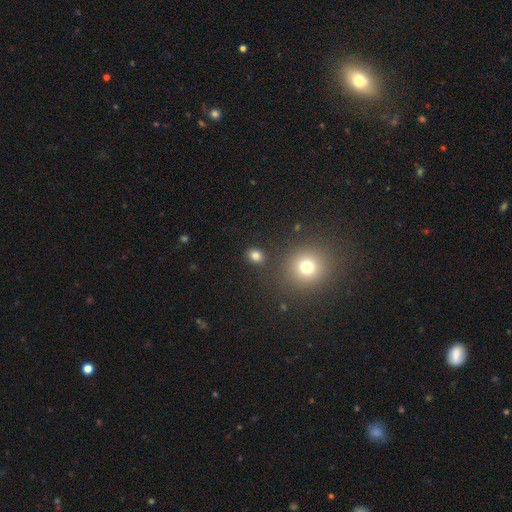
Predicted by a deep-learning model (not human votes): smooth-or-featured: smooth: 79% | star or artifact: 15% | featured or disk: 6%
  how-rounded: round: 57% | in between: 42% | cigar-shaped: 1%
  merging: none: 84% | minor disturbance: 8% | merger: 4% | major disturbance: 3%